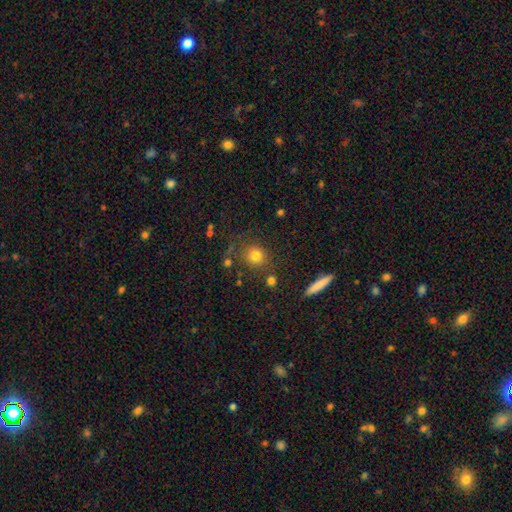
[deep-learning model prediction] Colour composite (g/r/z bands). It shows a smooth galaxy with no disk features (77%) that is round (82%). Merging: none (77%).